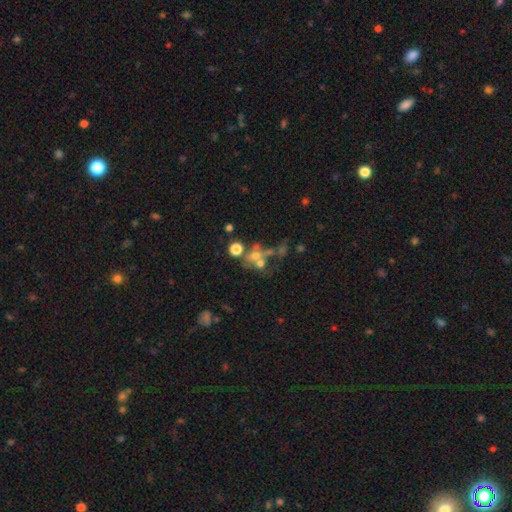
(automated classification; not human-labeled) smooth 45%, featured or disk 33%, star or artifact 23%. Down the decision tree: merging — merger (45%).